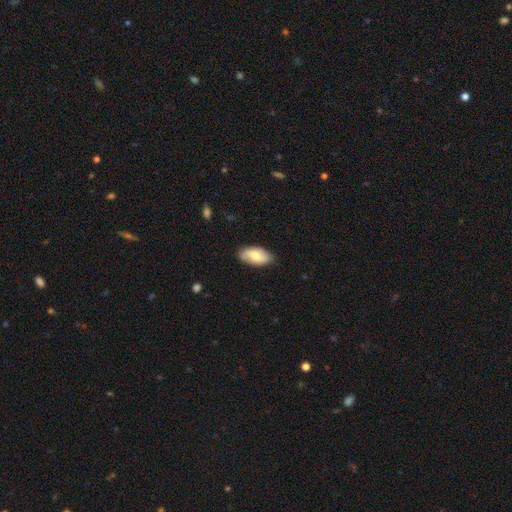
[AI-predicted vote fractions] Q: Smooth or featured?
A: smooth (61%); runner-up: featured or disk (33%)
Q: How rounded?
A: in between (93%); runner-up: cigar-shaped (4%)
Q: Merging?
A: none (81%); runner-up: minor disturbance (15%)